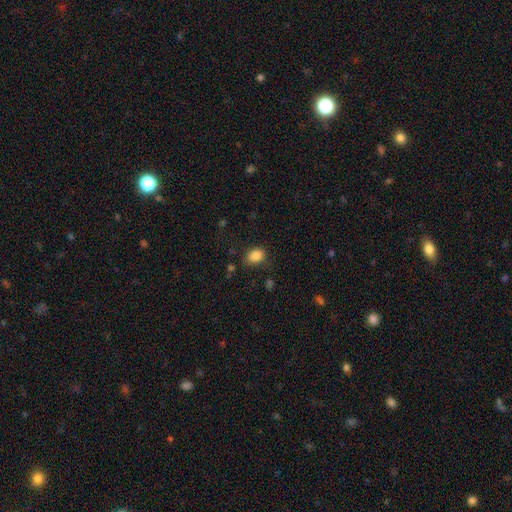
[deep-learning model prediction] Overall: smooth (86%). How rounded: in between (68%; round 31%). Merging: none (75%).